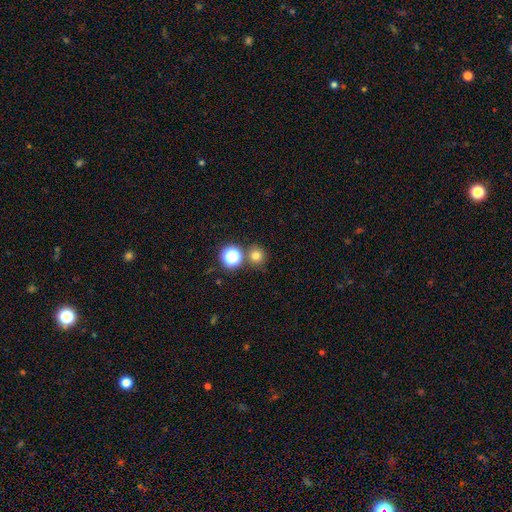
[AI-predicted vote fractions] smooth-or-featured: smooth: 73% | star or artifact: 21% | featured or disk: 6%
  how-rounded: round: 92% | in between: 7% | cigar-shaped: 1%
  merging: none: 79% | merger: 11% | minor disturbance: 7% | major disturbance: 3%